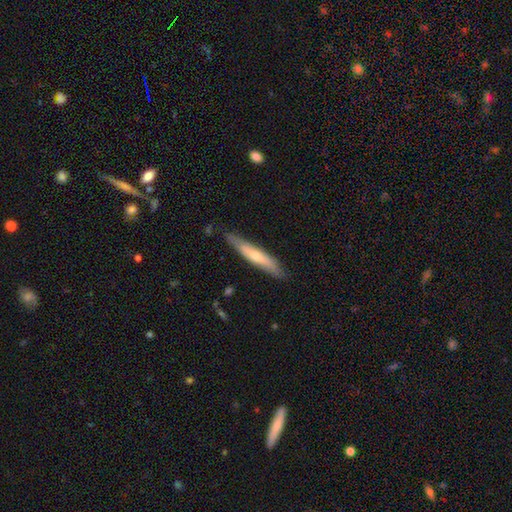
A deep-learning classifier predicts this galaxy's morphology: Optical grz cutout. It shows a smooth galaxy with no disk features (50%). Merging: none (83%).